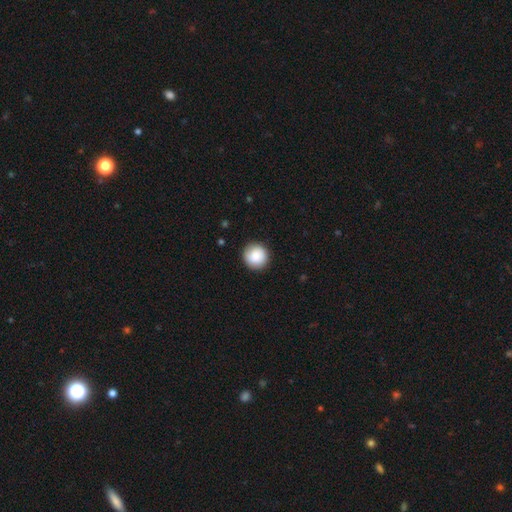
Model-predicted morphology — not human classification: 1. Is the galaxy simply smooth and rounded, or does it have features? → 85% smooth, 8% featured or disk, 7% star or artifact.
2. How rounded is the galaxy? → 95% round, 4% in between, 1% cigar-shaped.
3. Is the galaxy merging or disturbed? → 90% none, 7% minor disturbance, 2% major disturbance, 1% merger.